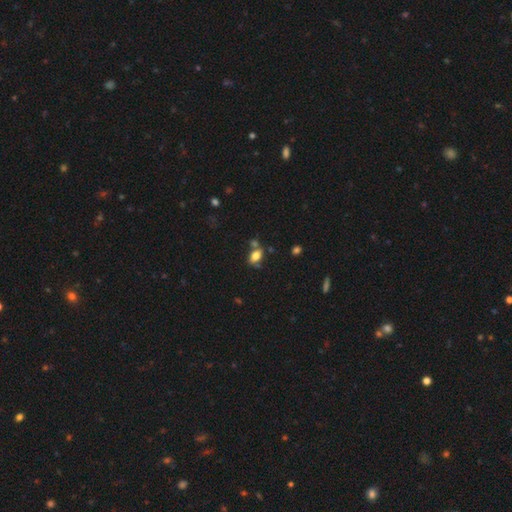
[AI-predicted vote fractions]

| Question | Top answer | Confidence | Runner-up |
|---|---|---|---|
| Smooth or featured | smooth | 78% | featured or disk (12%) |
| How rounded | in between | 86% | round (11%) |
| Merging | none | 59% | merger (19%) |